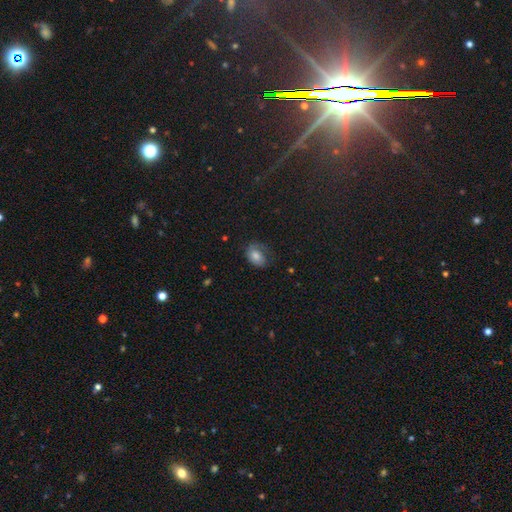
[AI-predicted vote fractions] Smooth or featured? Predicted: smooth (p=0.61). How rounded? Predicted: in between (p=0.77). Merging? Predicted: none (p=0.53).